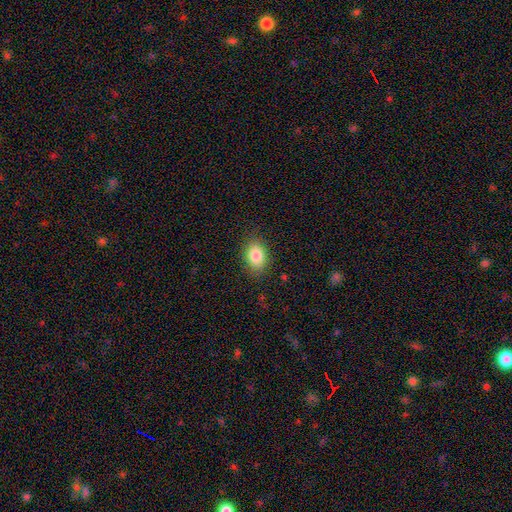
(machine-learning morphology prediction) A smooth galaxy with no disk features (85%) that is in between round and cigar-shaped (82%).

Vote fractions:
- Smooth or featured? smooth: 85% / star or artifact: 8% / featured or disk: 7%
- How rounded? in between: 82% / round: 16% / cigar-shaped: 1%
- Merging? none: 85% / minor disturbance: 11% / major disturbance: 3% / merger: 1%